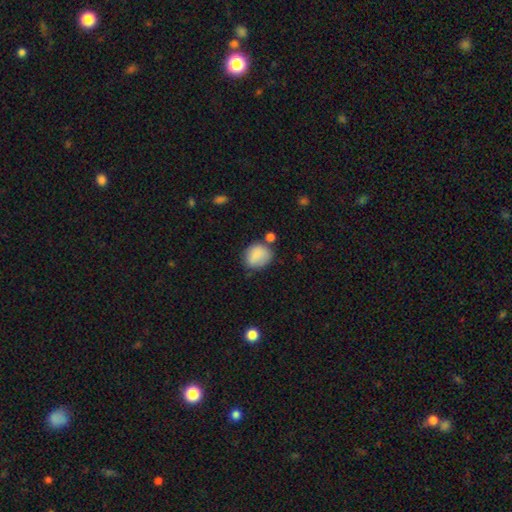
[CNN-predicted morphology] Smooth or featured? smooth (82%)
How rounded? round (59%)
Merging? none (59%)